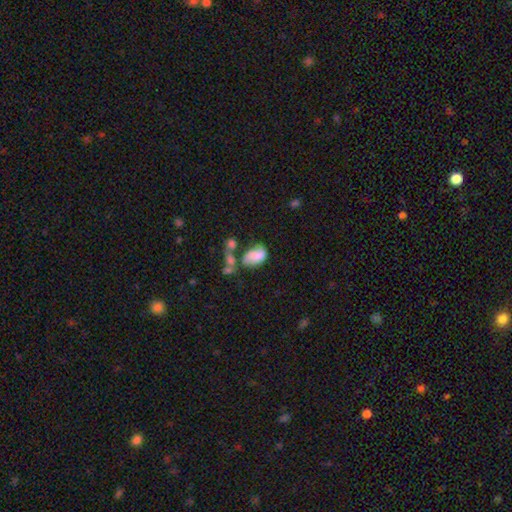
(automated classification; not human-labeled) smooth-or-featured: smooth: 58% | featured or disk: 31% | star or artifact: 10%
  how-rounded: in between: 87% | round: 11% | cigar-shaped: 2%
  merging: merger: 34% | none: 25% | minor disturbance: 20% | major disturbance: 20%